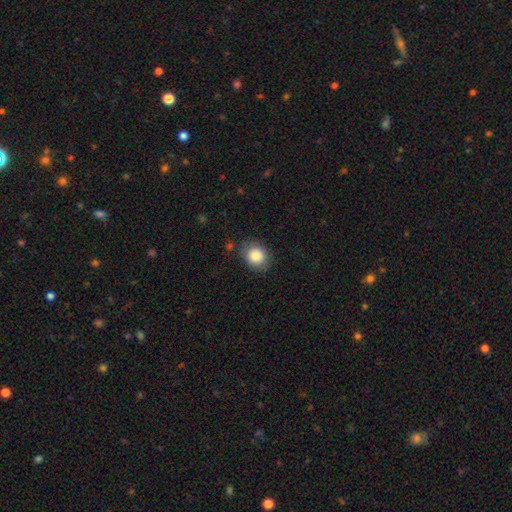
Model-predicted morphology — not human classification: Smooth or featured? Predicted: smooth (p=0.86). How rounded? Predicted: round (p=0.68). Merging? Predicted: none (p=0.78).